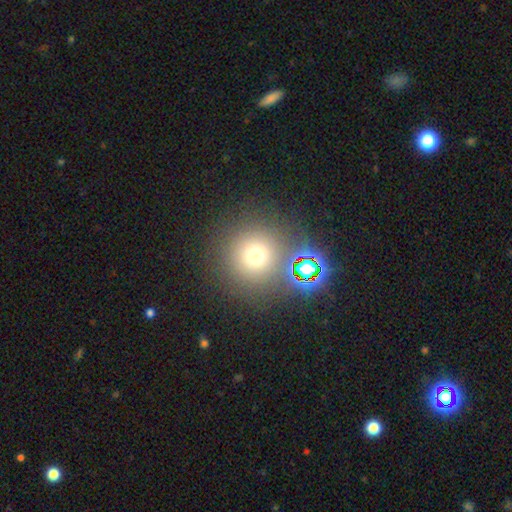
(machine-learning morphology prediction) The model was most divided on "smooth or featured": smooth: 68%, star or artifact: 23%, featured or disk: 9%. More confident: how rounded — round (95%); merging — none (81%).